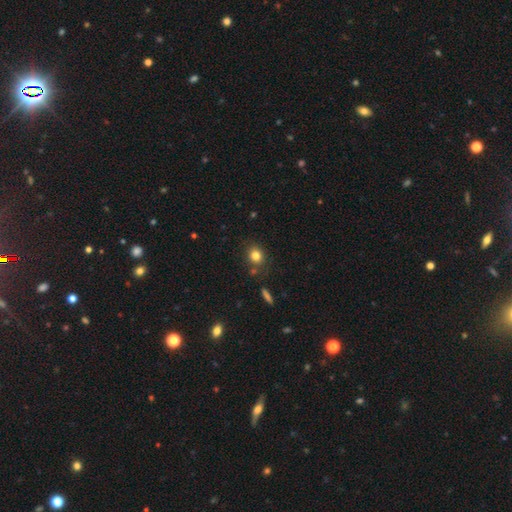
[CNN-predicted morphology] A smooth galaxy with no disk features (81%) that is round (69%). Merging: none (79%).